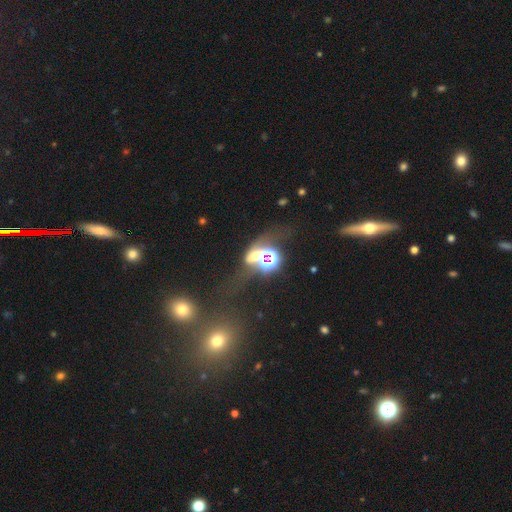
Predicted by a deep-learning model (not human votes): This appears to be a star or artifact, not a galaxy (45%).